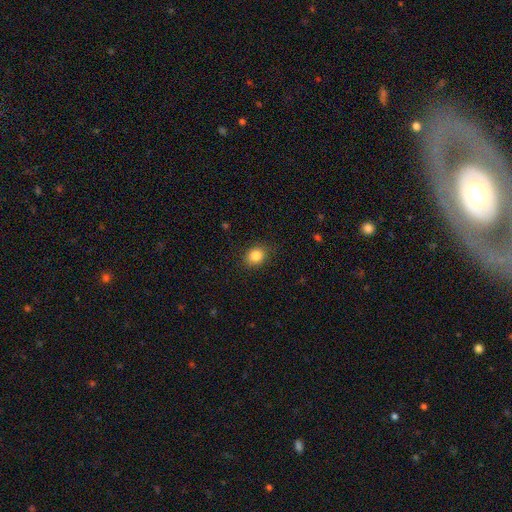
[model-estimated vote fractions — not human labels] Smooth or featured? Predicted: smooth (p=0.84). How rounded? Predicted: round (p=0.57). Merging? Predicted: none (p=0.86).